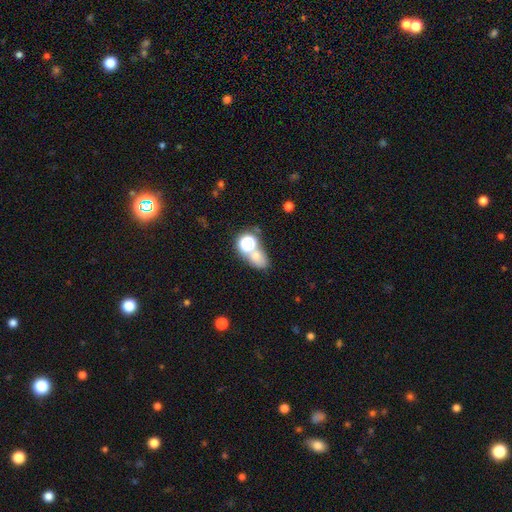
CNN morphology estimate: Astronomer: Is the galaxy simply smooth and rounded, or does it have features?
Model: smooth — 65%.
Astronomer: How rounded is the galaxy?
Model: in between — 61% (runner-up: round, 37%).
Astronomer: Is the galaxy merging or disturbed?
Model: none — 42%, tied with merger at 42%.